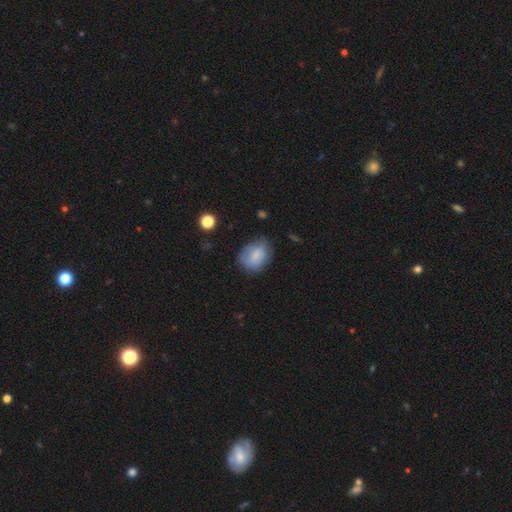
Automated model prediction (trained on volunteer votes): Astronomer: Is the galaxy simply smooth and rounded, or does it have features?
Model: smooth — 75%.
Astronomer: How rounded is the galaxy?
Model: in between — 65%.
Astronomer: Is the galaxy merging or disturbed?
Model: none — 57%.